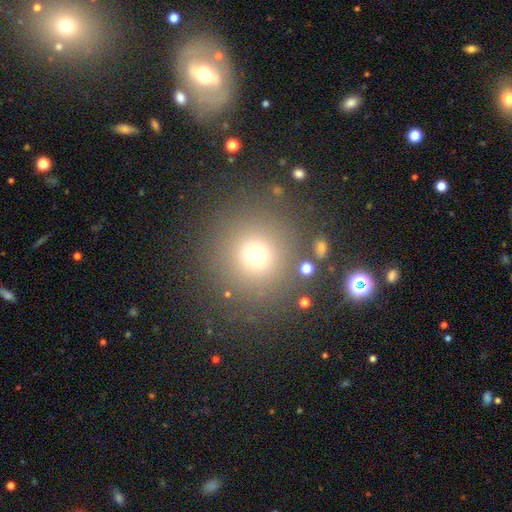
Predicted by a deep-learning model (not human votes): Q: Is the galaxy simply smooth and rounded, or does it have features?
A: smooth — 69%.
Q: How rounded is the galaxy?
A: round — 94%.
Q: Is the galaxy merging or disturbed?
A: none — 84%.